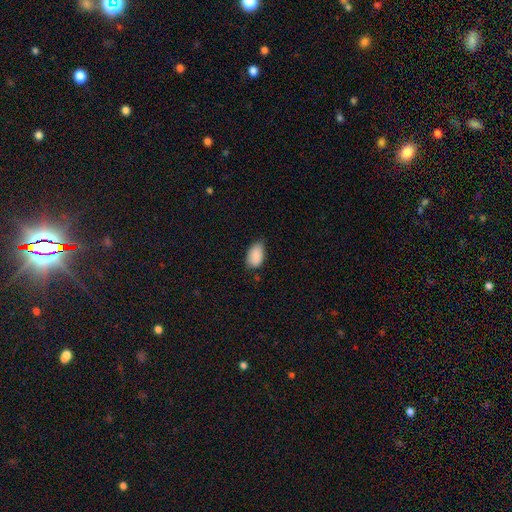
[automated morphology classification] A smooth galaxy with no disk features (89%) that is in between round and cigar-shaped (92%). Merging: none (60%).